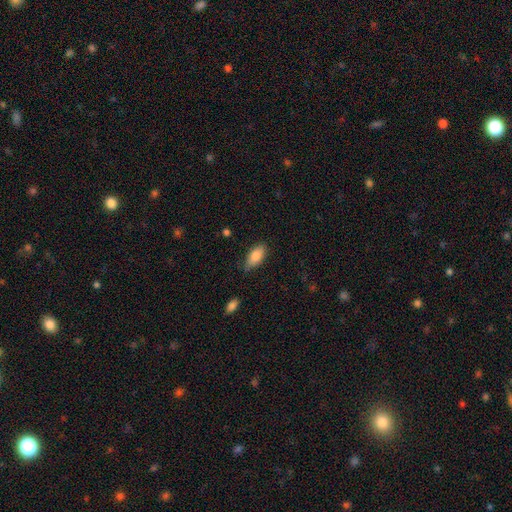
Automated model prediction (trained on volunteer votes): This is clearly a smooth galaxy (84%). How rounded: clearly in between (87%). Merging: likely none (75%).